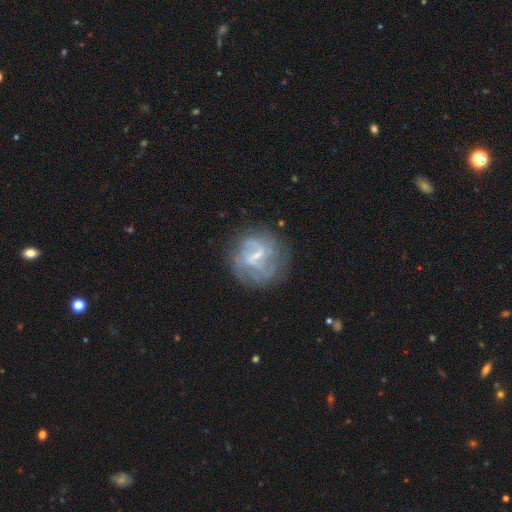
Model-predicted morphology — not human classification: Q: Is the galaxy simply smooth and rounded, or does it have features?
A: featured or disk — 76%.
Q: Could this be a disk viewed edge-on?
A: no — 97%.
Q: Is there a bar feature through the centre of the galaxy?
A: weak — 55%.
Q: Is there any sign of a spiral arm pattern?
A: yes — 77%.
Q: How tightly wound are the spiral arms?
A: medium — 39%.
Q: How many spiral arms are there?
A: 2 — 39%.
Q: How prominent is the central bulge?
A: small — 57%.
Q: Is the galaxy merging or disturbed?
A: none — 68%.